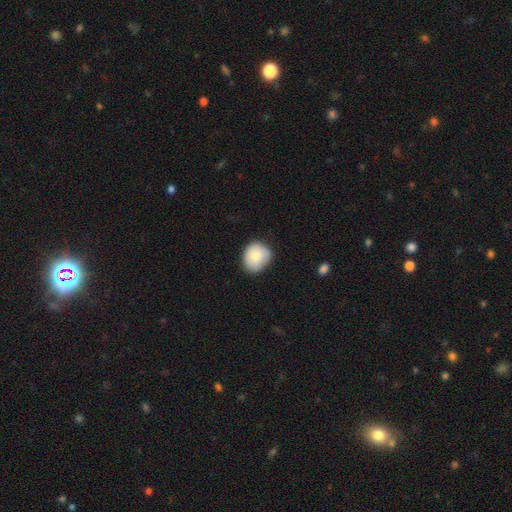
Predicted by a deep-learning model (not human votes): Smooth or featured?
  - smooth: 80% *
  - featured or disk: 13%
  - star or artifact: 7%
How rounded?
  - round: 65% *
  - in between: 34%
  - cigar-shaped: 1%
Merging?
  - none: 72% *
  - minor disturbance: 23%
  - major disturbance: 4%
  - merger: 1%